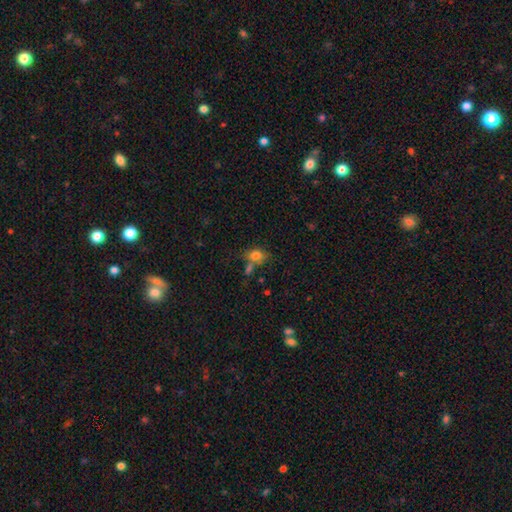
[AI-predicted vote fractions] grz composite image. It shows a smooth galaxy with no disk features (77%) that is in between round and cigar-shaped (66%). Merging: none (50%).